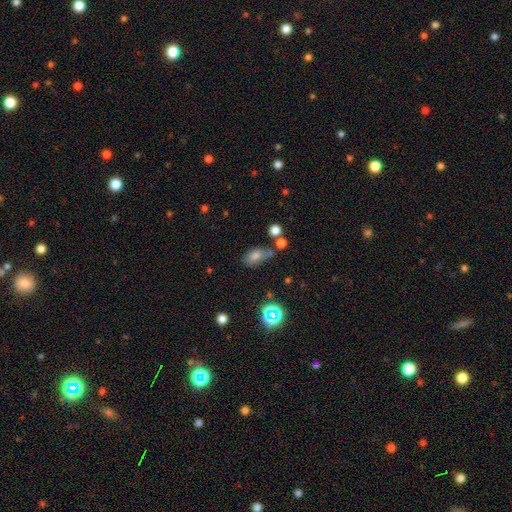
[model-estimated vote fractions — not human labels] The model was most divided on "merging": none: 52%, minor disturbance: 24%, merger: 15%, major disturbance: 9%. More confident: how rounded — in between (83%); smooth or featured — smooth (67%).